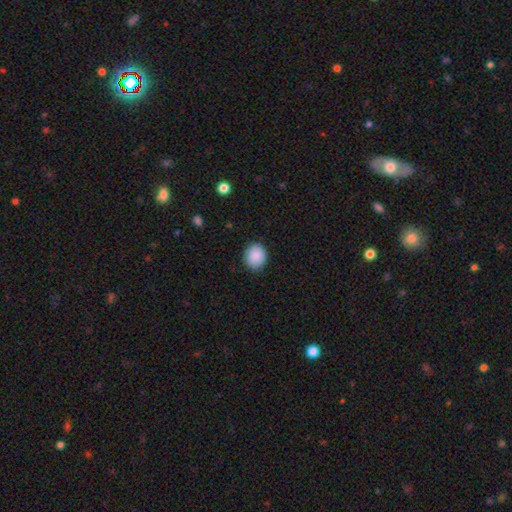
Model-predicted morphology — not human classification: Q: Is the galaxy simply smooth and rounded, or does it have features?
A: smooth — 89%.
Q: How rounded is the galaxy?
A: round — 72%.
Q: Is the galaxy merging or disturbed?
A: none — 86%.